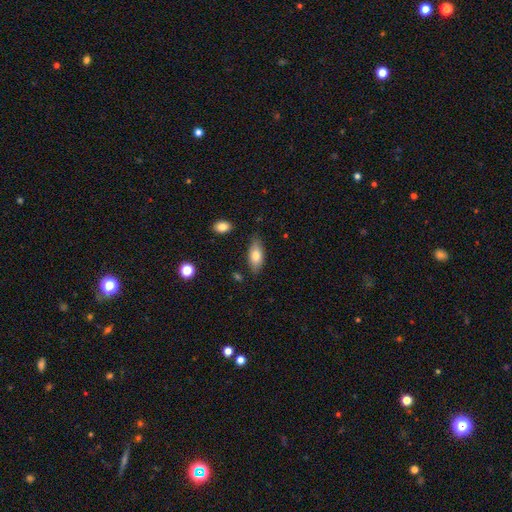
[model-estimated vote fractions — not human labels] Morphology: type=smooth (76%); roundness=in between (83%); merging=none (81%).